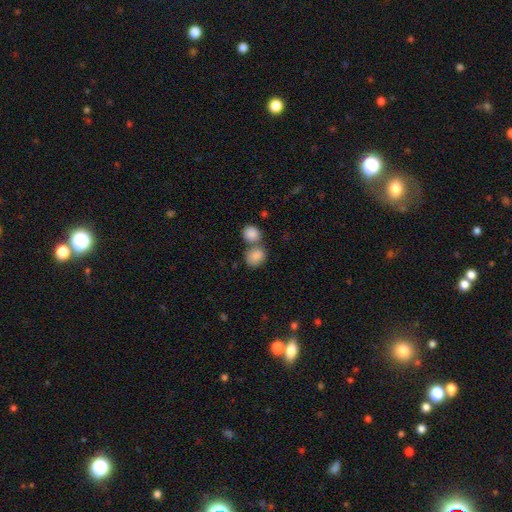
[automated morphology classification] A smooth galaxy with no disk features (86%) that is round (56%). Merging: merger (48%).